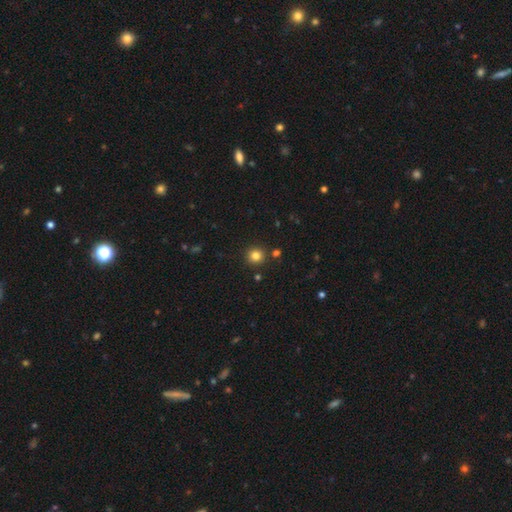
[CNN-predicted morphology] This appears to be a smooth galaxy with no disk features (81%) that is round (94%). Merging: none (88%).